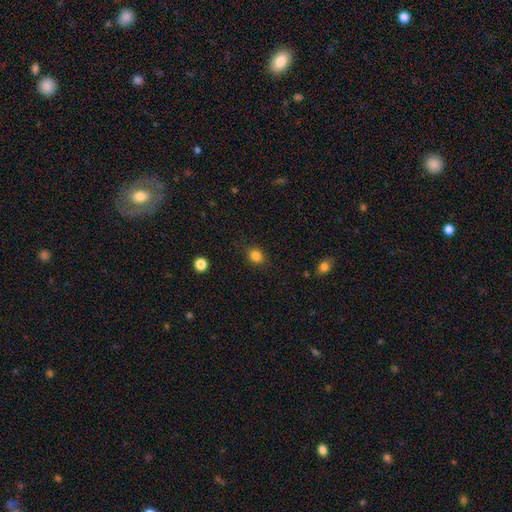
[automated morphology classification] This appears to be a smooth galaxy with no disk features (84%) that is round (65%). Merging: none (86%).